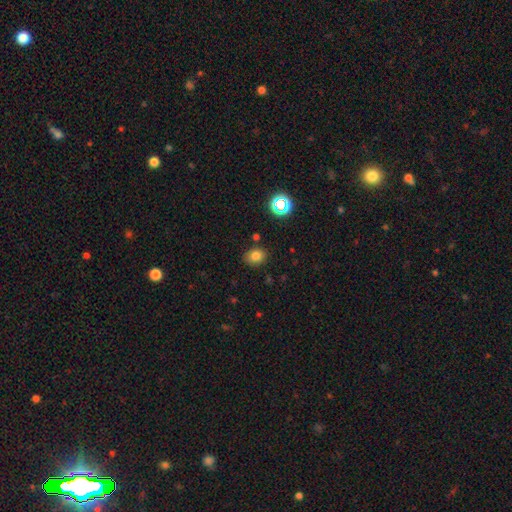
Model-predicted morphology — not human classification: A smooth galaxy with no disk features (78%) that is in between round and cigar-shaped (51%). Merging: none (83%).